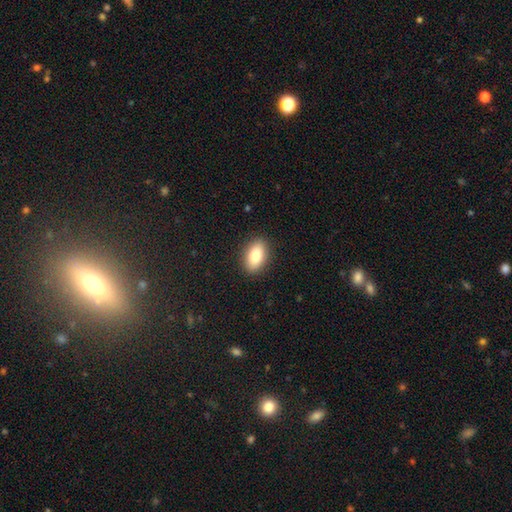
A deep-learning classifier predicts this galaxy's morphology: Smooth or featured?
  - smooth: 83% *
  - featured or disk: 10%
  - star or artifact: 7%
How rounded?
  - in between: 90% *
  - round: 7%
  - cigar-shaped: 3%
Merging?
  - none: 89% *
  - minor disturbance: 7%
  - major disturbance: 2%
  - merger: 1%